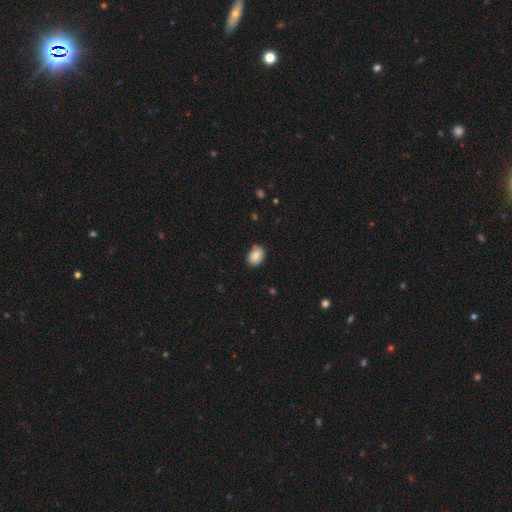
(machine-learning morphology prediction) Overall: smooth (87%). How rounded: in between (72%). Merging: none (81%).